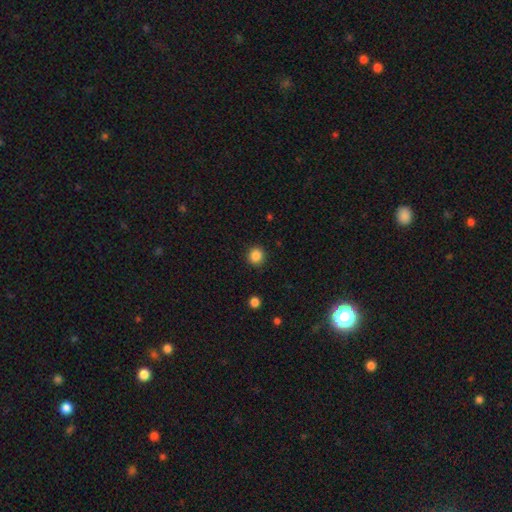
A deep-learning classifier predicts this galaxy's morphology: Q: Smooth or featured?
A: smooth (86%); runner-up: star or artifact (11%)
Q: How rounded?
A: round (90%); runner-up: in between (9%)
Q: Merging?
A: none (91%); runner-up: minor disturbance (6%)